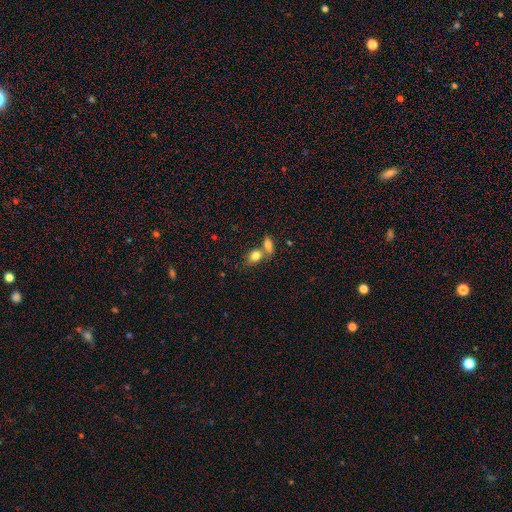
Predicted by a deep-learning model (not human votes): A smooth galaxy with no disk features (81%) that is in between round and cigar-shaped (70%). Merging: merger (44%).